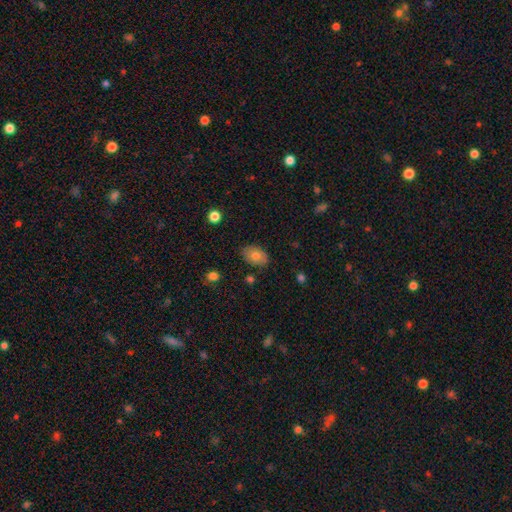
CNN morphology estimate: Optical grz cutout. It shows a smooth galaxy with no disk features (75%) that is in between round and cigar-shaped (83%). Merging: none (80%).